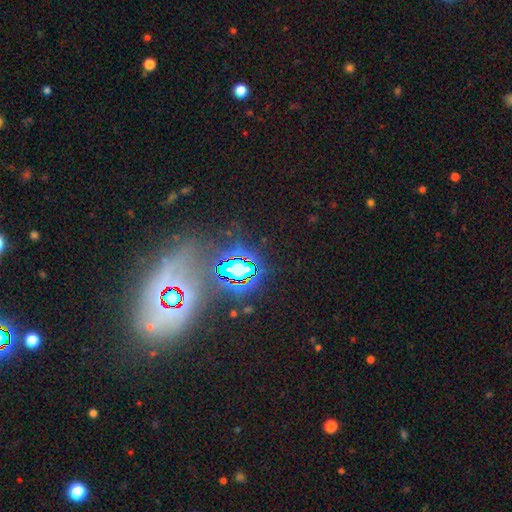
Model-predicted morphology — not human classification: Smooth or featured?
  - star or artifact: 75% *
  - featured or disk: 13%
  - smooth: 12%